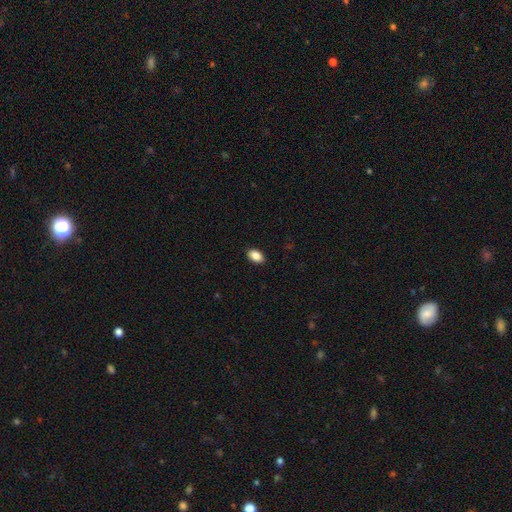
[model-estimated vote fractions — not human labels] smooth 88%, star or artifact 8%, featured or disk 4%. Down the decision tree: how rounded — in between (91%); merging — none (90%).